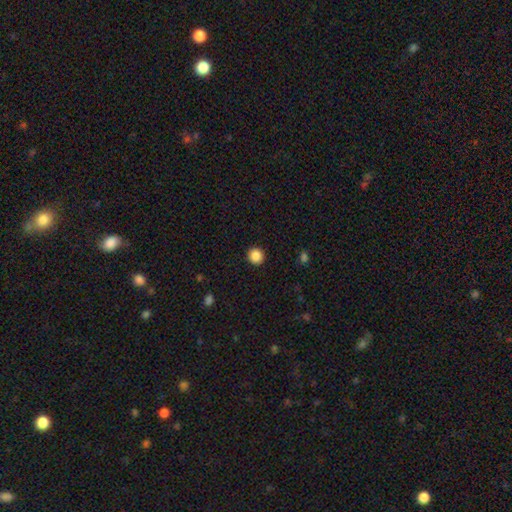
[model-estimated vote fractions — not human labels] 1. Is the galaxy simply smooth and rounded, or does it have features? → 87% smooth, 10% star or artifact, 3% featured or disk.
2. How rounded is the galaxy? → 93% round, 6% in between, 1% cigar-shaped.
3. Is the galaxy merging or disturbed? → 93% none, 4% minor disturbance, 2% major disturbance, 1% merger.